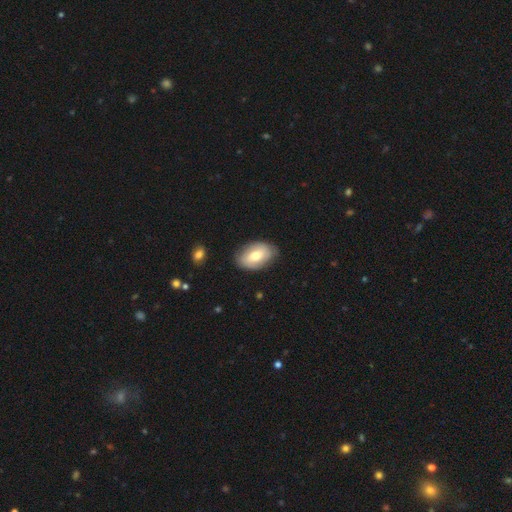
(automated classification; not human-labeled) Smooth or featured: smooth — 66% (featured or disk — 27%)
How rounded: in between — 89% (round — 9%)
Merging: none — 79% (minor disturbance — 17%)